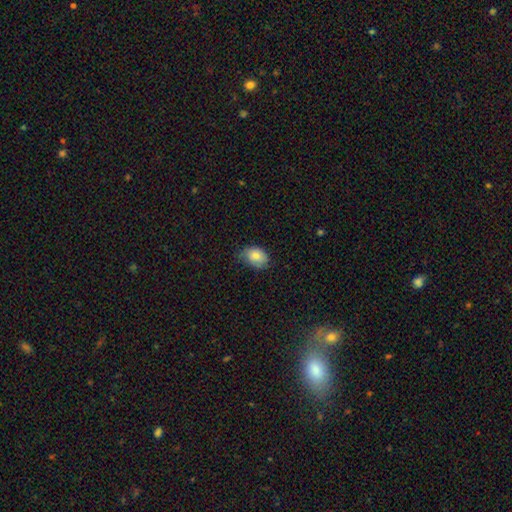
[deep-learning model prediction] Overall: smooth (81%). How rounded: in between (75%). Merging: none (57%; minor disturbance 35%).